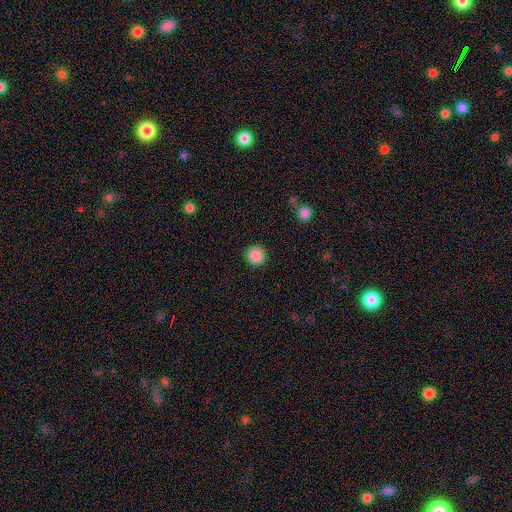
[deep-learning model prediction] A smooth galaxy with no disk features (88%) that is round (93%).

Vote fractions:
- Smooth or featured? smooth: 88% / star or artifact: 9% / featured or disk: 3%
- How rounded? round: 93% / in between: 6% / cigar-shaped: 1%
- Merging? none: 91% / minor disturbance: 6% / major disturbance: 2% / merger: 1%